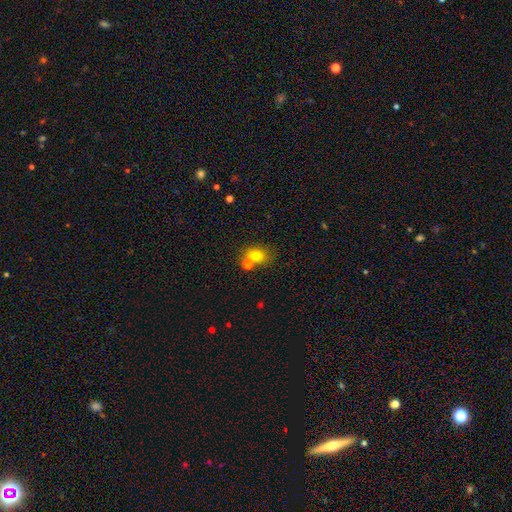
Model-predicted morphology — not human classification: Smooth or featured?
  - smooth: 76% *
  - star or artifact: 13%
  - featured or disk: 12%
How rounded?
  - in between: 52% *
  - round: 47%
  - cigar-shaped: 1%
Merging?
  - none: 54% *
  - merger: 31%
  - minor disturbance: 11%
  - major disturbance: 4%